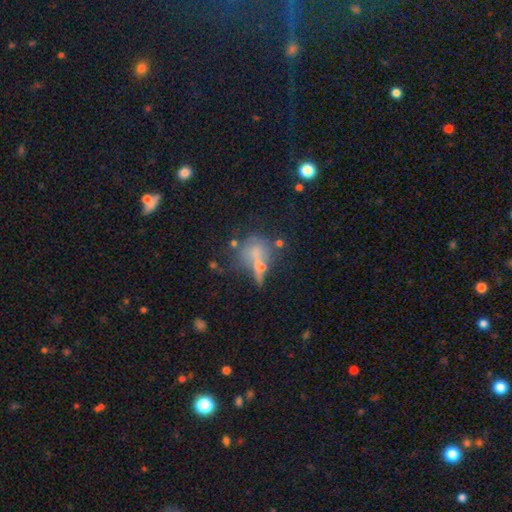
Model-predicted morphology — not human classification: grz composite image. It shows a smooth galaxy with no disk features (46%). Merging: none (32%).